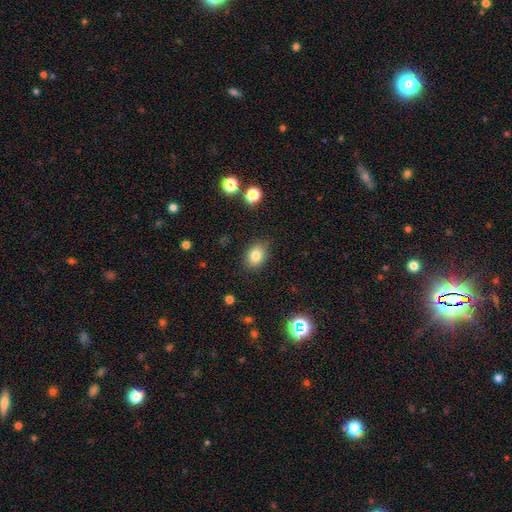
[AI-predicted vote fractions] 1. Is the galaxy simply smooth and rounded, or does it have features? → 82% smooth, 11% star or artifact, 8% featured or disk.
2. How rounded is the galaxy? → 66% in between, 33% round, 1% cigar-shaped.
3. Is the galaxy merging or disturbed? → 84% none, 12% minor disturbance, 3% major disturbance, 2% merger.